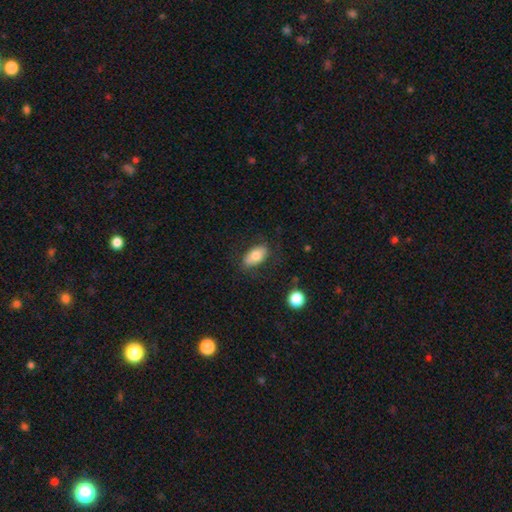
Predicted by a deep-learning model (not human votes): Overall: smooth (74%). How rounded: in between (91%). Merging: none (78%).